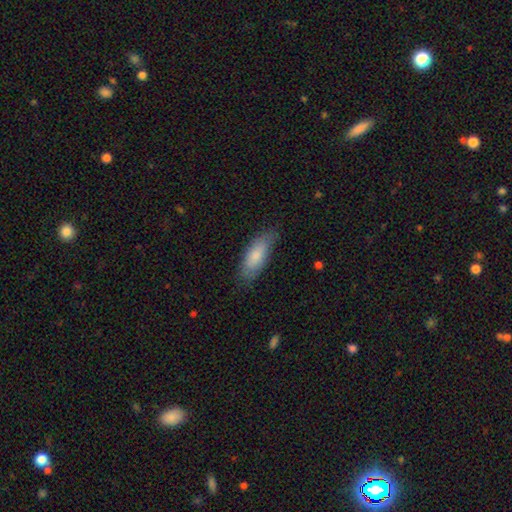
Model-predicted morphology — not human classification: type=smooth (80%); roundness=in between (70%); merging=none (75%).